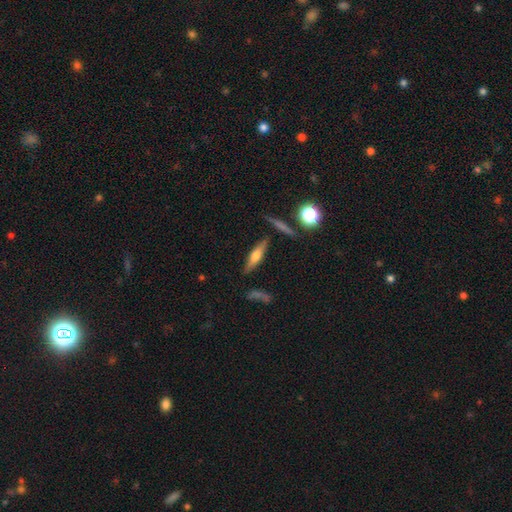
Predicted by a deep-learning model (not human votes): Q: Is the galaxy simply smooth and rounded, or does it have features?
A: featured or disk — 49%.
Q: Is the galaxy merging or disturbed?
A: none — 80%.